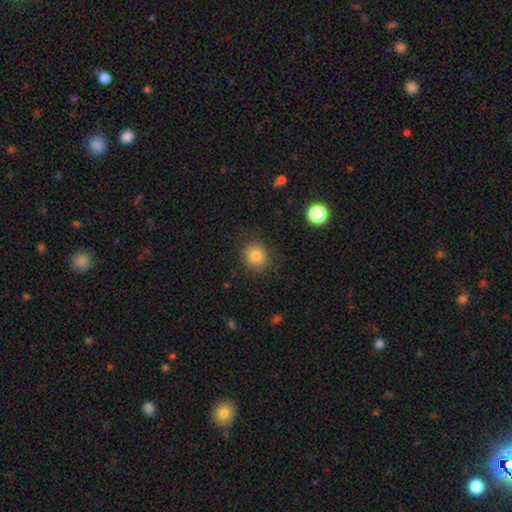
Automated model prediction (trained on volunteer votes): Smooth or featured?
  - smooth: 84% *
  - star or artifact: 10%
  - featured or disk: 6%
How rounded?
  - round: 79% *
  - in between: 20%
  - cigar-shaped: 1%
Merging?
  - none: 86% *
  - minor disturbance: 9%
  - major disturbance: 3%
  - merger: 1%